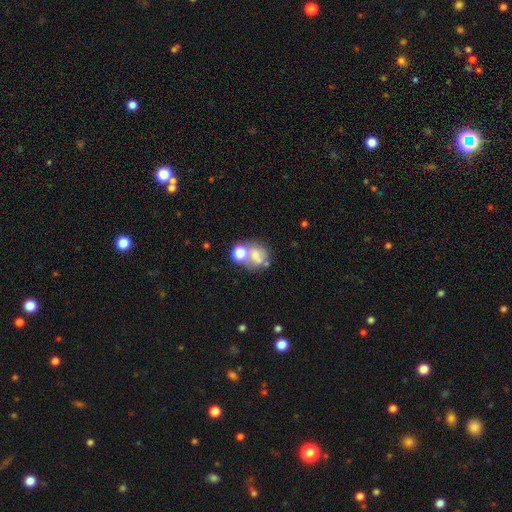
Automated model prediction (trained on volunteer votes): A smooth galaxy with no disk features (58%) that is round (67%).

Vote fractions:
- Smooth or featured? smooth: 58% / featured or disk: 26% / star or artifact: 16%
- How rounded? round: 67% / in between: 32% / cigar-shaped: 1%
- Merging? merger: 43% / none: 36% / minor disturbance: 12% / major disturbance: 9%